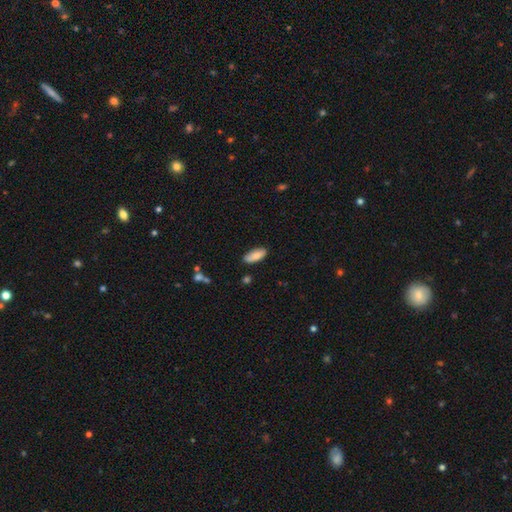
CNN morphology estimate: Smooth or featured? smooth (83%)
How rounded? in between (81%)
Merging? none (83%)